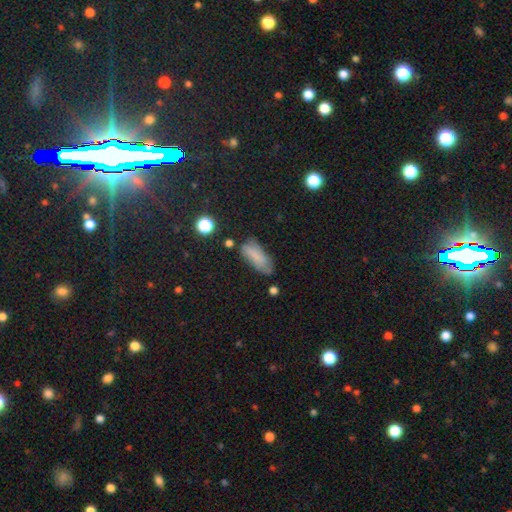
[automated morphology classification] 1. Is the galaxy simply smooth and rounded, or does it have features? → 76% smooth, 14% featured or disk, 10% star or artifact.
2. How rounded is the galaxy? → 74% in between, 24% cigar-shaped, 3% round.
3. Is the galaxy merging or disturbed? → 56% none, 30% minor disturbance, 10% major disturbance, 5% merger.